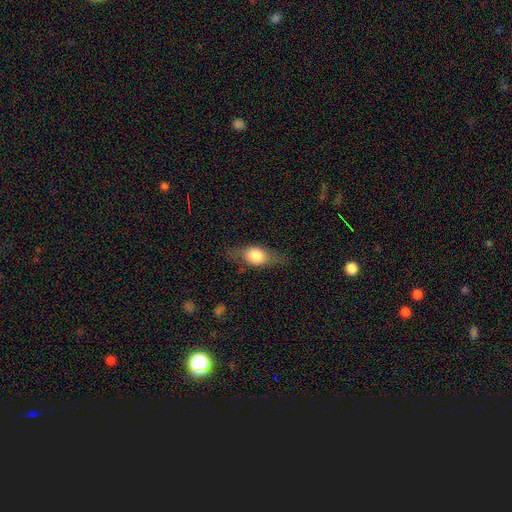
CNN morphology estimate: smooth-or-featured: smooth: 60% | featured or disk: 32% | star or artifact: 8%
  how-rounded: in between: 68% | round: 17% | cigar-shaped: 15%
  merging: none: 73% | minor disturbance: 18% | major disturbance: 8% | merger: 1%